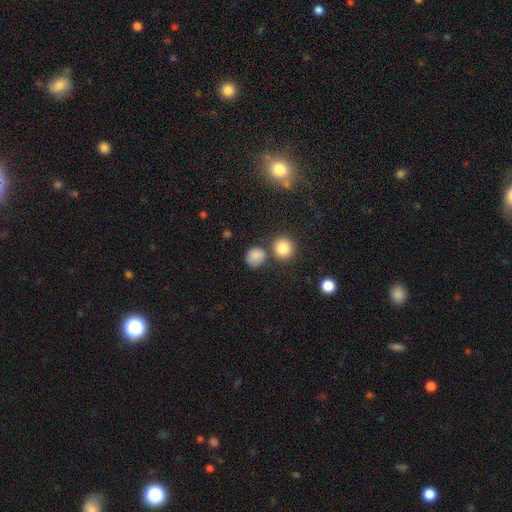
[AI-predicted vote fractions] Smooth or featured?
  - smooth: 82% *
  - star or artifact: 12%
  - featured or disk: 6%
How rounded?
  - round: 83% *
  - in between: 16%
  - cigar-shaped: 1%
Merging?
  - none: 67% *
  - minor disturbance: 14%
  - merger: 14%
  - major disturbance: 5%